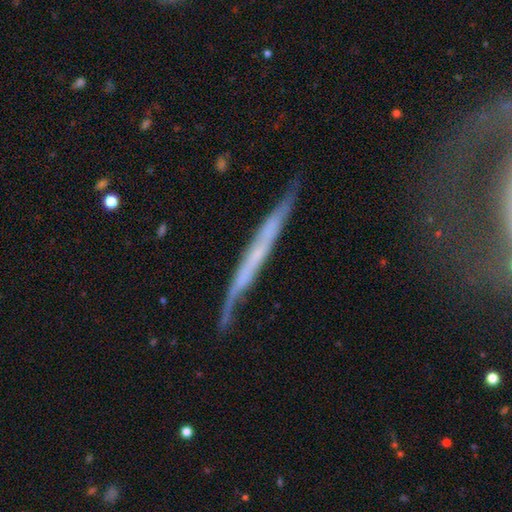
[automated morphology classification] A featured or disk galaxy (69%) viewed edge-on (87%) with no central bulge (83%). Merging: none (70%).